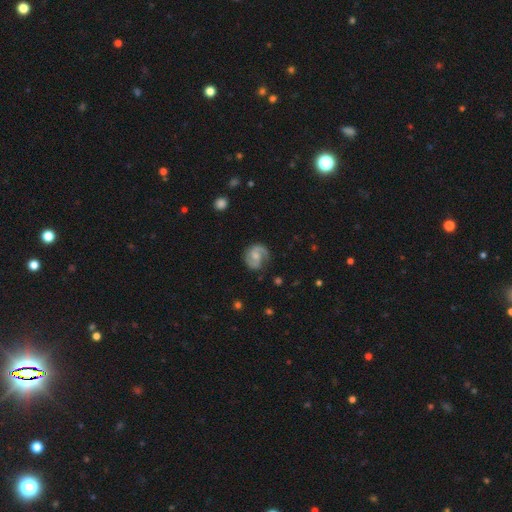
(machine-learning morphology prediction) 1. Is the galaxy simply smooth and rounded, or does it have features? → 81% featured or disk, 13% smooth, 6% star or artifact.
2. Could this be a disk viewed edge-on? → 98% no, 2% yes.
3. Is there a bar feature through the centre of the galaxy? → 49% no, 42% weak, 9% strong.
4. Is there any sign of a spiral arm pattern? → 96% yes, 4% no.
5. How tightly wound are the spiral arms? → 51% medium, 27% tight, 21% loose.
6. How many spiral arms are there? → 85% 2, 8% 1, 4% can't tell, 1% 3, 1% 4, 1% more than 4.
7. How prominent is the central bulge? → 49% moderate, 40% small, 7% none, 3% large, 1% dominant.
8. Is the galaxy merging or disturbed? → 75% none, 17% minor disturbance, 6% major disturbance, 1% merger.